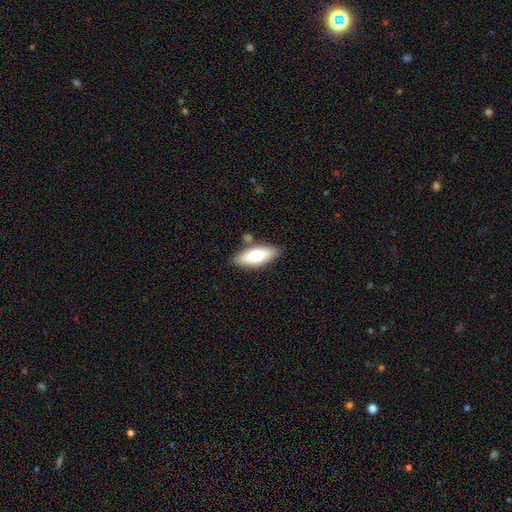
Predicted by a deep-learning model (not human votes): smooth_or_featured: smooth (p=0.70) [alt: featured or disk p=0.24]
how_rounded: in between (p=0.71) [alt: cigar-shaped p=0.26]
merging: none (p=0.78) [alt: minor disturbance p=0.12]